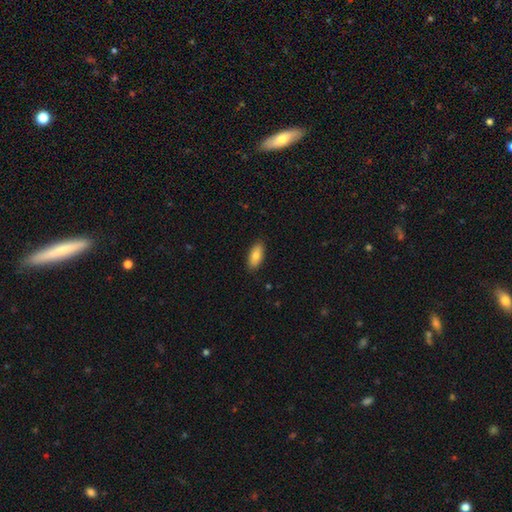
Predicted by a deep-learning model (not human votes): Morphology: type=smooth (81%); roundness=in between (88%); merging=none (87%).